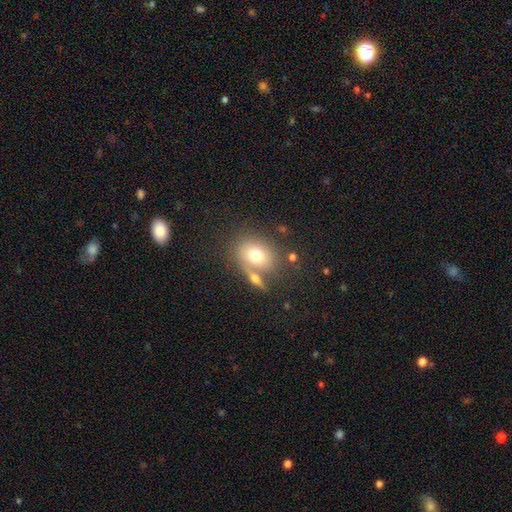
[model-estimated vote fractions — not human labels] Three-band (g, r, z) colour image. It shows a smooth galaxy with no disk features (72%) that is in between round and cigar-shaped (58%). Merging: none (58%).